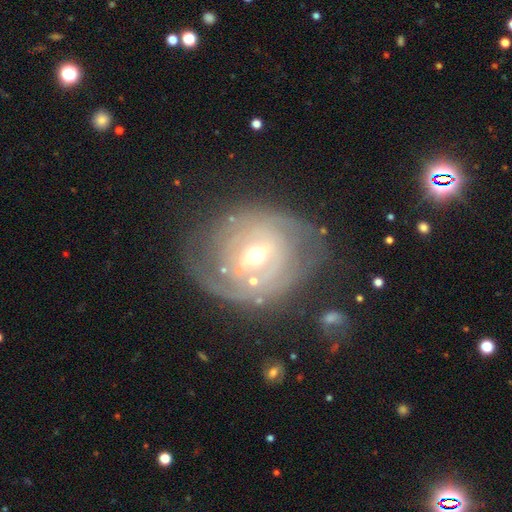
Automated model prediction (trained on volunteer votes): This appears to be a featured or disk galaxy (75%) with a weak bar (45%), spiral arms (69%) and a moderate central bulge (69%). Merging: none (59%).